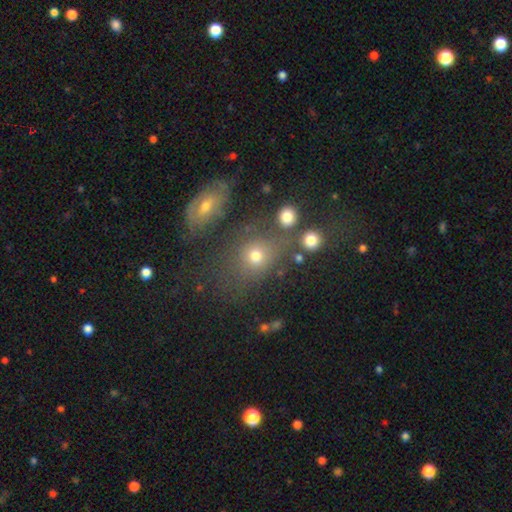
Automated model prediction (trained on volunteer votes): This is likely a smooth galaxy (71%). How rounded: likely round (63%). Merging: possibly none (59%).